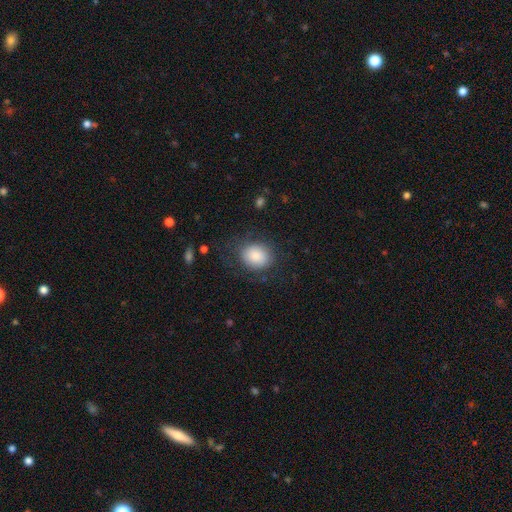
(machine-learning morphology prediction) Smooth or featured? smooth (83%)
How rounded? round (60%)
Merging? none (72%)